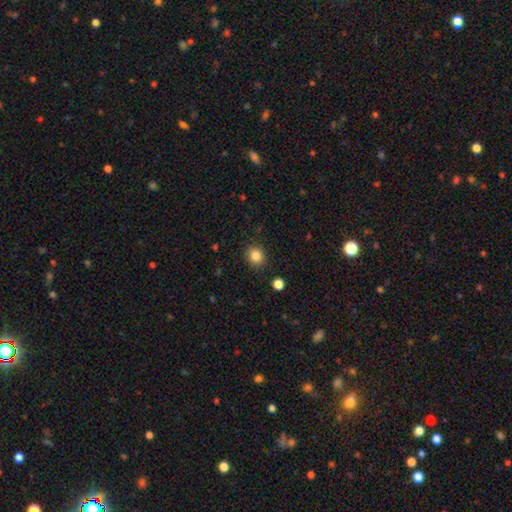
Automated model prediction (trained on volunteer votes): A smooth galaxy with no disk features (85%) that is round (83%). Merging: none (88%).